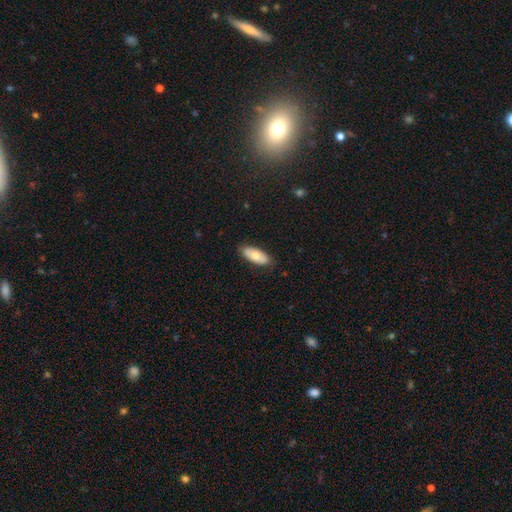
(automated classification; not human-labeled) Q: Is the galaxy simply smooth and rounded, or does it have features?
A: smooth — 75%.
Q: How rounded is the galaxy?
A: in between — 82%.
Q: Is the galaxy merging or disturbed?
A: none — 85%.